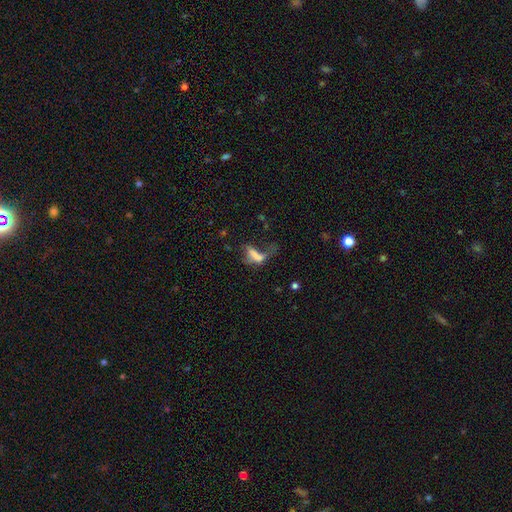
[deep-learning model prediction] Overall: smooth (53%; featured or disk 32%). How rounded: in between (60%; cigar-shaped 33%). Merging: major disturbance (47%; merger 21%).